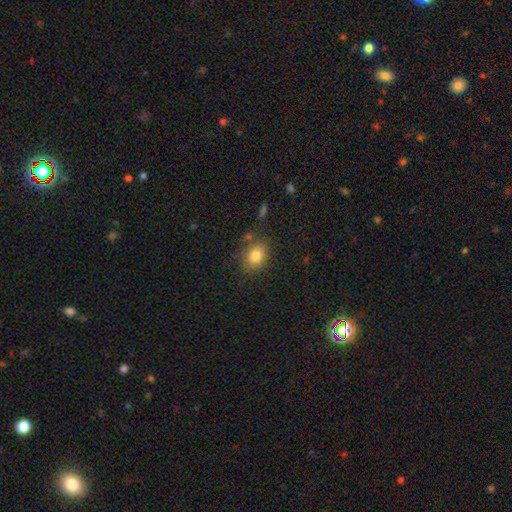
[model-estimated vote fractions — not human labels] Smooth or featured? Predicted: smooth (p=0.82). How rounded? Predicted: round (p=0.51). Merging? Predicted: none (p=0.76).